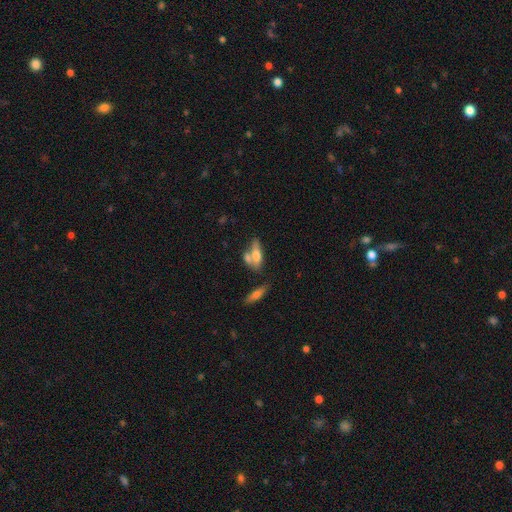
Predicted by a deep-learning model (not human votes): Morphology: type=smooth (60%); roundness=in between (68%); merging=merger (42%).